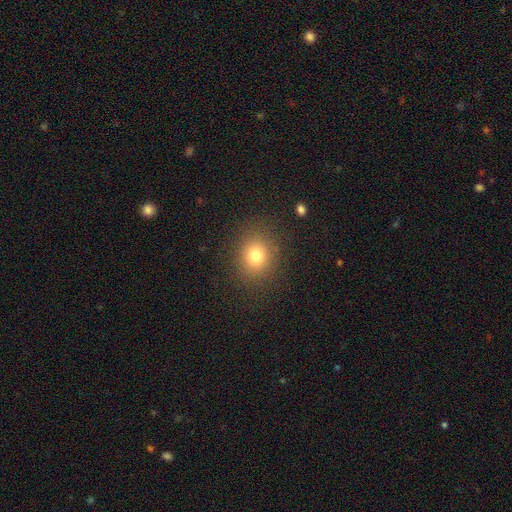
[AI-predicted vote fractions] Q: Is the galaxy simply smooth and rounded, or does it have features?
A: smooth — 77%.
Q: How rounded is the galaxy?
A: round — 75%.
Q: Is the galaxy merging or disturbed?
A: none — 86%.